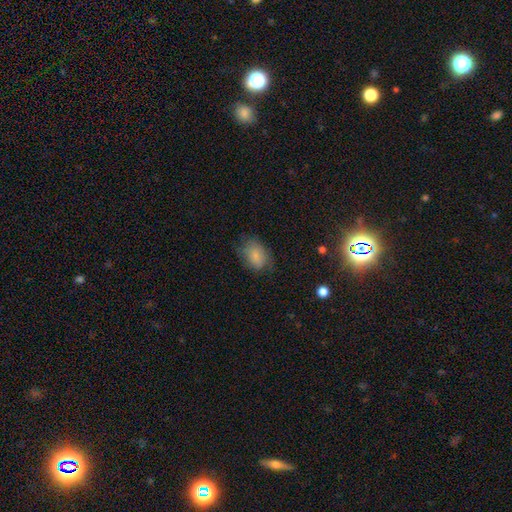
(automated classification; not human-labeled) A smooth galaxy with no disk features (81%) that is in between round and cigar-shaped (78%).

Vote fractions:
- Smooth or featured? smooth: 81% / featured or disk: 10% / star or artifact: 8%
- How rounded? in between: 78% / round: 20% / cigar-shaped: 1%
- Merging? none: 63% / minor disturbance: 25% / major disturbance: 10% / merger: 1%